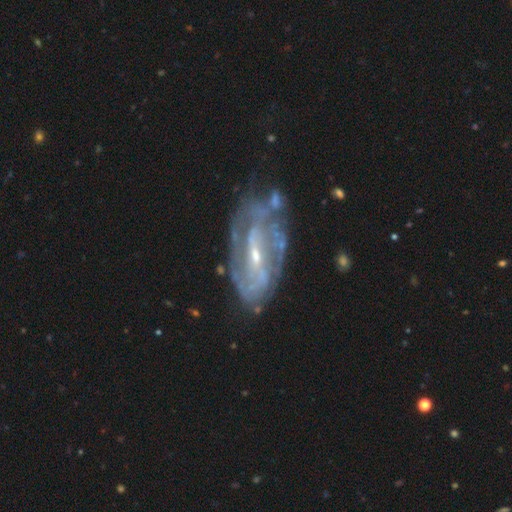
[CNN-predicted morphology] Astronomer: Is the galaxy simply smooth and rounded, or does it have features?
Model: featured or disk — 86%.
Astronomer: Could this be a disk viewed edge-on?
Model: no — 94%.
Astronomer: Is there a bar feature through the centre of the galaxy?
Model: strong — 42% (runner-up: weak, 38%).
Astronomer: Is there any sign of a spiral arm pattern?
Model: yes — 89%.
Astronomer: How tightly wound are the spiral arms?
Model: tight — 45% (runner-up: medium, 39%).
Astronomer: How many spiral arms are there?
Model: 2 — 51% (runner-up: can't tell, 26%).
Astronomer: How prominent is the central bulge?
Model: small — 72%.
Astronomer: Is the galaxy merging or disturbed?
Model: none — 63%.